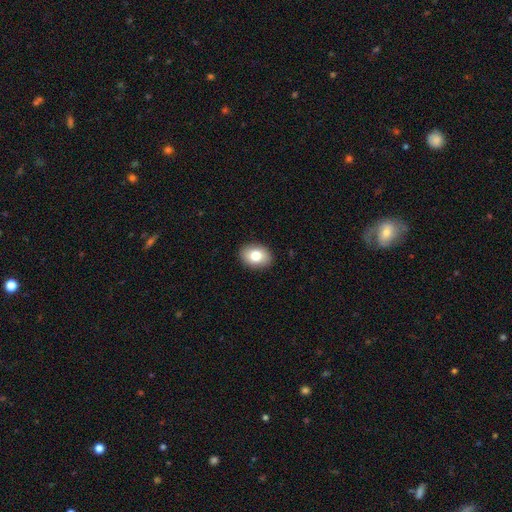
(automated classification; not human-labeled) Smooth or featured?
  - smooth: 81% *
  - featured or disk: 11%
  - star or artifact: 8%
How rounded?
  - in between: 73% *
  - round: 26%
  - cigar-shaped: 1%
Merging?
  - none: 90% *
  - minor disturbance: 7%
  - major disturbance: 2%
  - merger: 1%